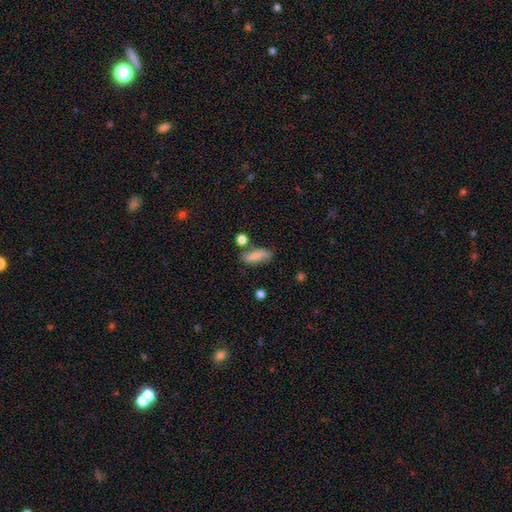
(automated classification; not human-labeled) The model was most divided on "how rounded": in between: 57%, cigar-shaped: 38%, round: 5%. More confident: smooth or featured — smooth (80%); merging — none (69%).